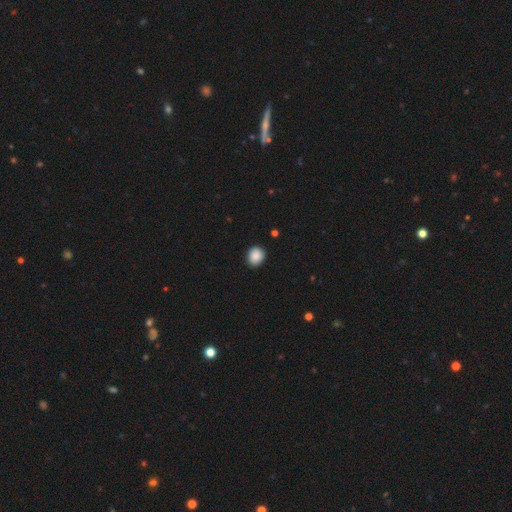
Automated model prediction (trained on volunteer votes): Smooth or featured?
  - smooth: 89% *
  - star or artifact: 8%
  - featured or disk: 3%
How rounded?
  - round: 67% *
  - in between: 32%
  - cigar-shaped: 1%
Merging?
  - none: 87% *
  - minor disturbance: 10%
  - major disturbance: 2%
  - merger: 1%